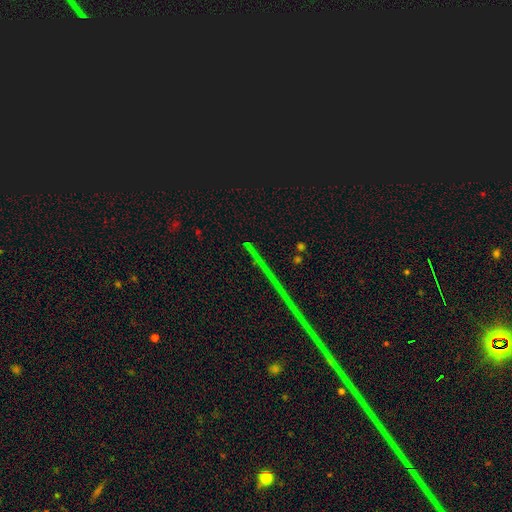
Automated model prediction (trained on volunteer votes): This appears to be a star or artifact, not a galaxy (89%).